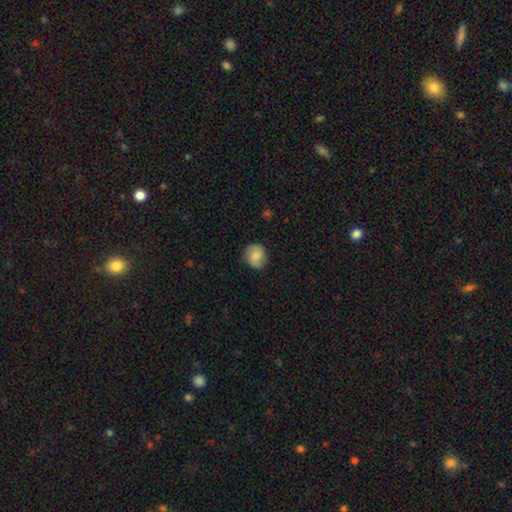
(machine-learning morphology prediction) The model was most divided on "smooth or featured": smooth: 62%, featured or disk: 31%, star or artifact: 8%. More confident: how rounded — round (81%); merging — none (81%).